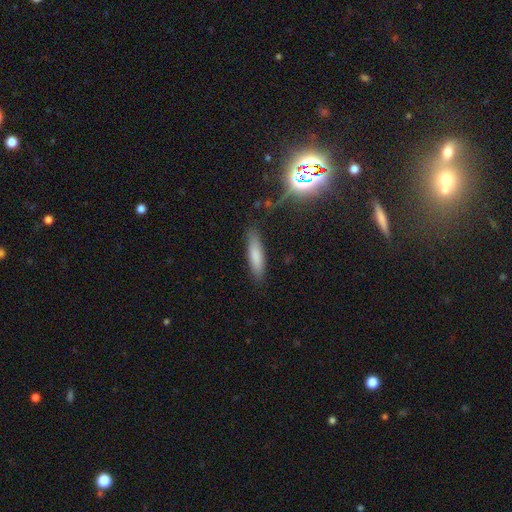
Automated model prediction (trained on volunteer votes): Overall: smooth (78%). How rounded: cigar-shaped (76%). Merging: none (86%).